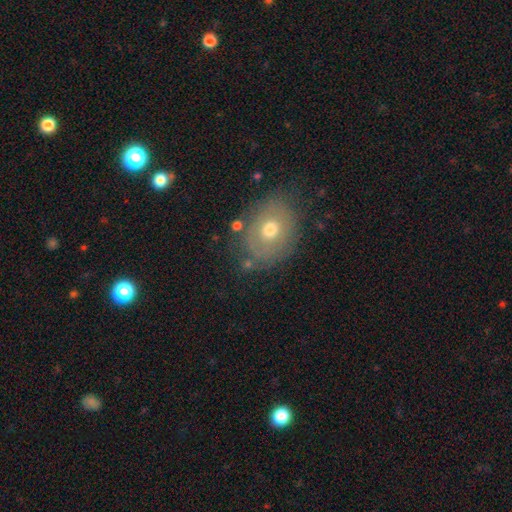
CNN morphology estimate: smooth-or-featured: smooth: 49% | featured or disk: 39% | star or artifact: 12%
  merging: none: 75% | minor disturbance: 16% | major disturbance: 6% | merger: 3%